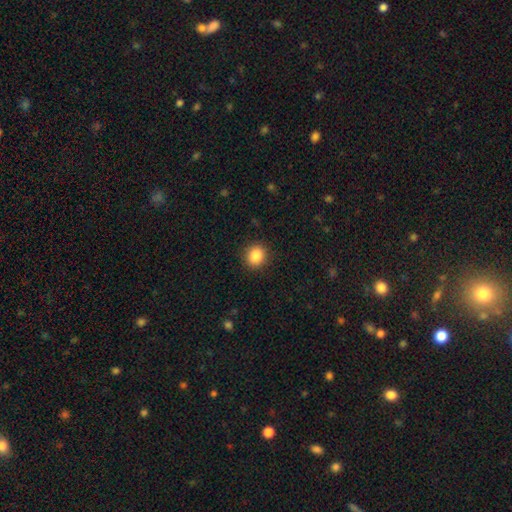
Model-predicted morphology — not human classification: smooth_or_featured: smooth (p=0.87) [alt: star or artifact p=0.09]
how_rounded: round (p=0.78) [alt: in between p=0.21]
merging: none (p=0.90) [alt: minor disturbance p=0.07]